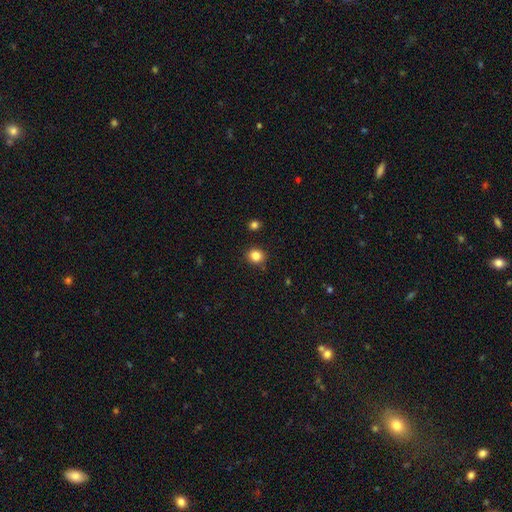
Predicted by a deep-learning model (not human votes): The model was most divided on "how rounded": round: 82%, in between: 18%, cigar-shaped: 1%. More confident: merging — none (89%); smooth or featured — smooth (84%).